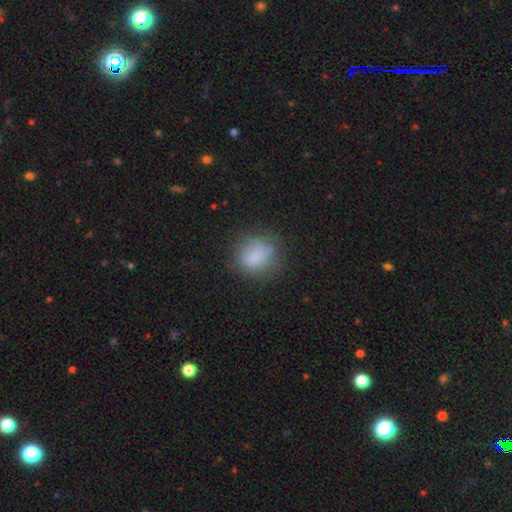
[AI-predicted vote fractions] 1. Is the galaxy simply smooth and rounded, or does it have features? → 78% smooth, 12% featured or disk, 10% star or artifact.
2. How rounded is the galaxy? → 67% round, 32% in between, 1% cigar-shaped.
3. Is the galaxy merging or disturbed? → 64% none, 23% minor disturbance, 10% major disturbance, 3% merger.